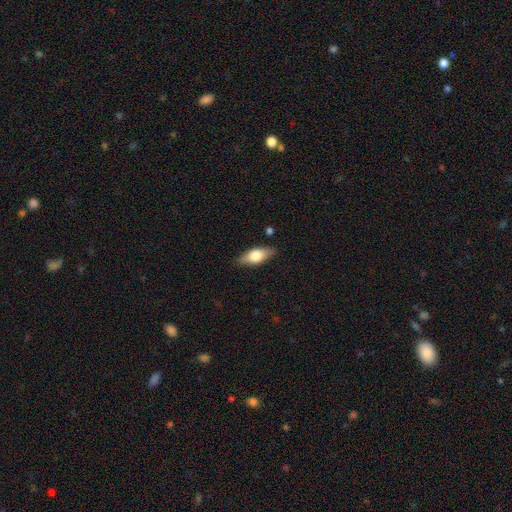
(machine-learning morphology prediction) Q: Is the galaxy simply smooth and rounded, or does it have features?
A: smooth — 63%.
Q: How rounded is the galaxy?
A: in between — 77%.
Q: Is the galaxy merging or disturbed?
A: none — 84%.